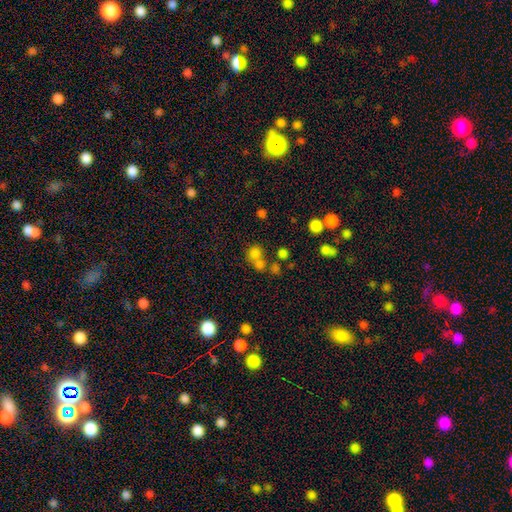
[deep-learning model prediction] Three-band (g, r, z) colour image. It shows a smooth galaxy with no disk features (71%) that is round (81%). Merging: none (45%).